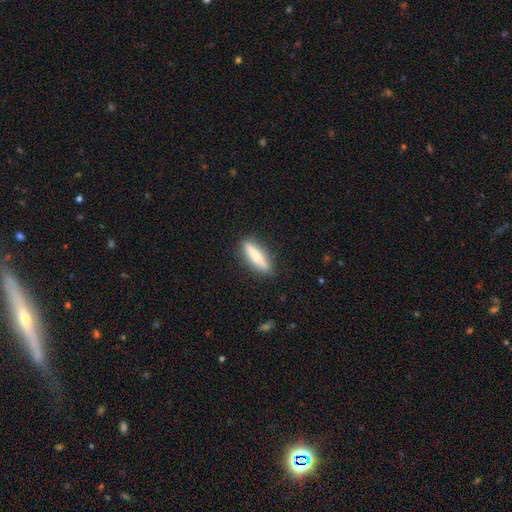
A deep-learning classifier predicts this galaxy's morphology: Smooth or featured? Predicted: smooth (p=0.70). How rounded? Predicted: cigar-shaped (p=0.71). Merging? Predicted: none (p=0.88).